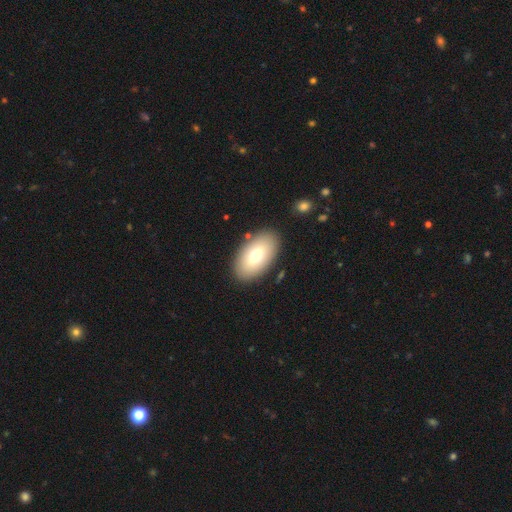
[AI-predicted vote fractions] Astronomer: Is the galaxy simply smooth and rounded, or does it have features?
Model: smooth — 71%.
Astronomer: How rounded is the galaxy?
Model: in between — 95%.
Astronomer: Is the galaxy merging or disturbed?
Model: none — 87%.